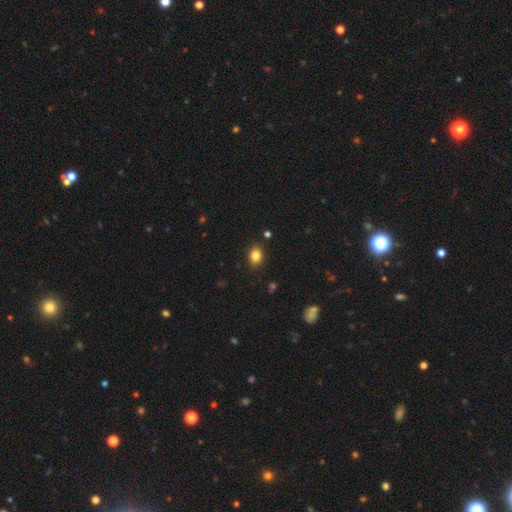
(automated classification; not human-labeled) Morphology: type=smooth (84%); roundness=in between (64%); merging=none (88%).